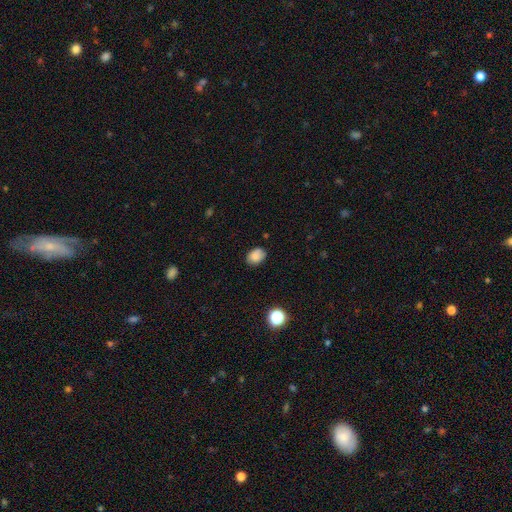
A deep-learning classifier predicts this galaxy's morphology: smooth-or-featured: smooth: 82% | star or artifact: 10% | featured or disk: 7%
  how-rounded: in between: 71% | round: 27% | cigar-shaped: 1%
  merging: none: 77% | minor disturbance: 18% | major disturbance: 3% | merger: 2%